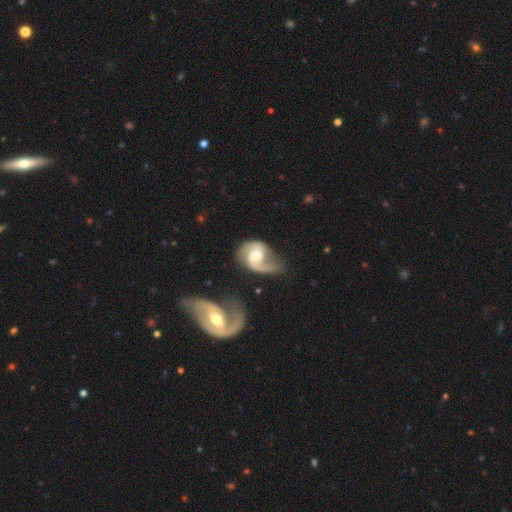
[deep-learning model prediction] smooth-or-featured: featured or disk: 86% | smooth: 10% | star or artifact: 5%
  disk-edge-on: no: 98% | yes: 2%
    bar: no: 47% | weak: 43% | strong: 10%
    has-spiral-arms: yes: 96% | no: 4%
      spiral-winding: medium: 48% | loose: 37% | tight: 15%
      spiral-arm-count: 2: 77% | 1: 16% | can't tell: 3% | 3: 1% | 4: 1% | more than 4: 1%
    bulge-size: moderate: 57% | small: 29% | large: 9% | none: 4% | dominant: 1%
  merging: none: 49% | minor disturbance: 23% | major disturbance: 19% | merger: 9%